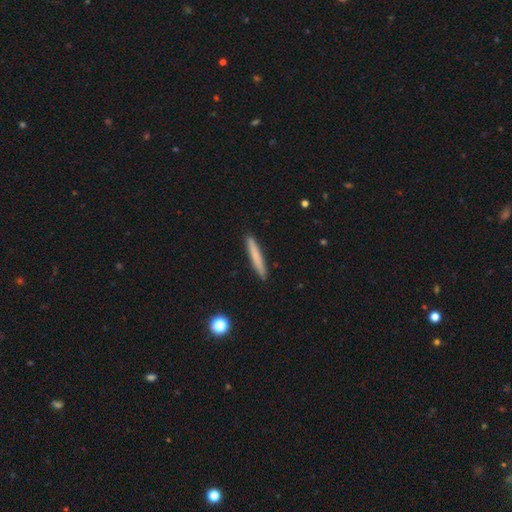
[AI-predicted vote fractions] Q: Smooth or featured?
A: smooth (74%); runner-up: featured or disk (20%)
Q: How rounded?
A: cigar-shaped (96%); runner-up: in between (3%)
Q: Merging?
A: none (91%); runner-up: minor disturbance (6%)